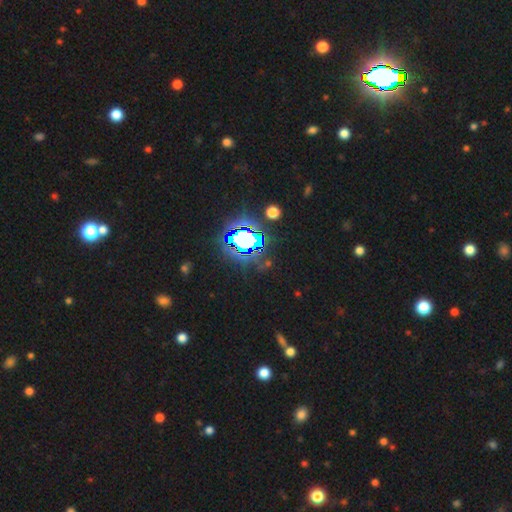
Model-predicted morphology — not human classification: Smooth or featured? star or artifact (83%)